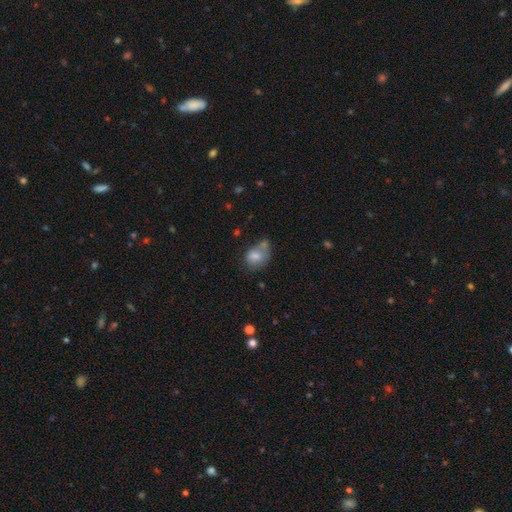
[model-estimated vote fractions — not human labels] This appears to be a smooth galaxy with no disk features (75%) that is in between round and cigar-shaped (63%). Merging: none (32%).